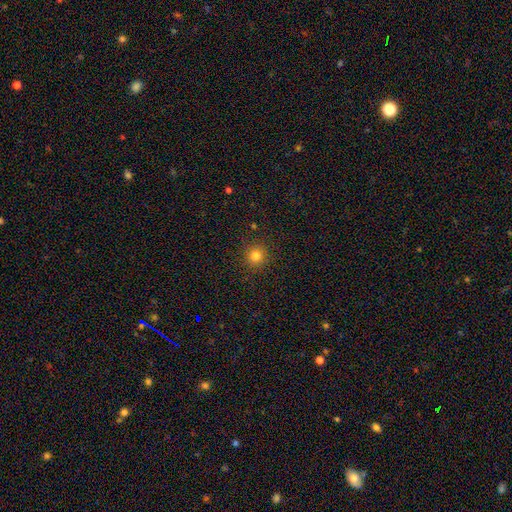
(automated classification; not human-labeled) Morphology: type=smooth (81%); roundness=round (94%); merging=none (91%).